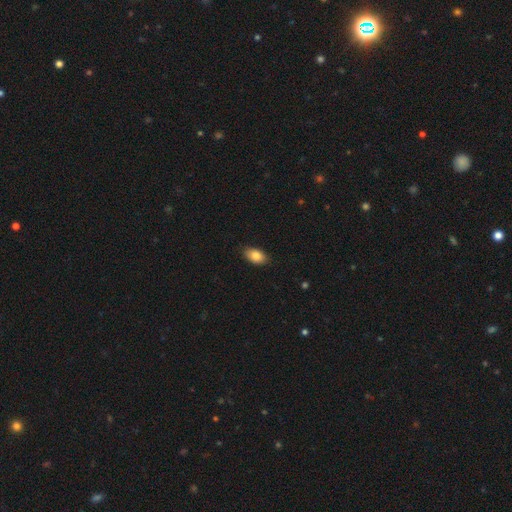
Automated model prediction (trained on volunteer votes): Q: Smooth or featured?
A: smooth (84%); runner-up: featured or disk (8%)
Q: How rounded?
A: in between (92%); runner-up: round (6%)
Q: Merging?
A: none (87%); runner-up: minor disturbance (10%)